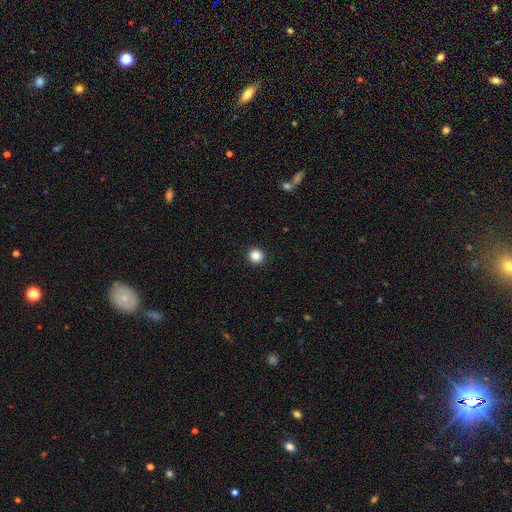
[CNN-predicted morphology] This is clearly a smooth galaxy (86%). How rounded: clearly round (94%). Merging: clearly none (94%).